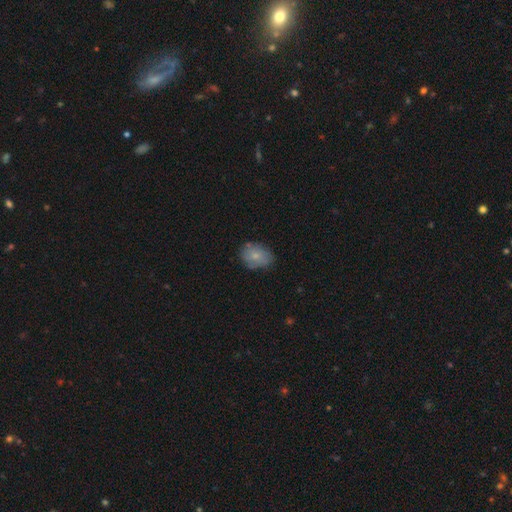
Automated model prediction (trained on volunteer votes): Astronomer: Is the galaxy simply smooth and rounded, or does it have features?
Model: smooth — 73%.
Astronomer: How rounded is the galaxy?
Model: in between — 65%.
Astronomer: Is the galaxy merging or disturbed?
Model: none — 71%.